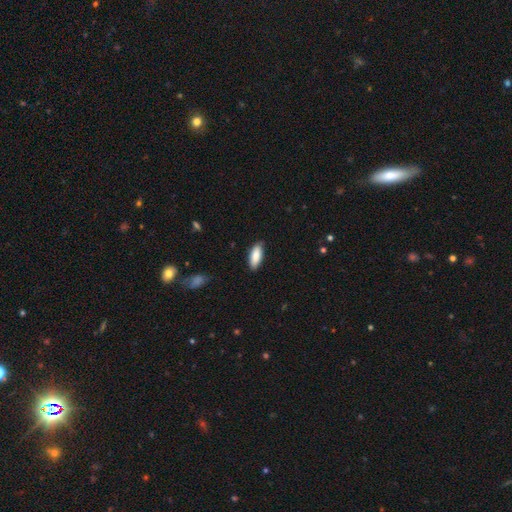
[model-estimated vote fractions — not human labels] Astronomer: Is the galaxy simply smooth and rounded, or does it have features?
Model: smooth — 86%.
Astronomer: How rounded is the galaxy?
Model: in between — 75%.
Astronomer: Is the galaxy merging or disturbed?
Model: none — 83%.